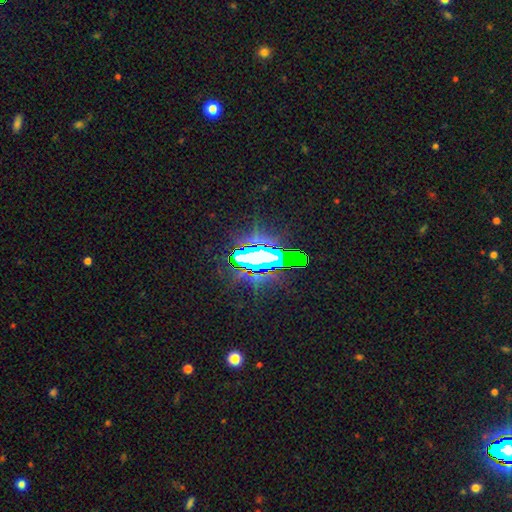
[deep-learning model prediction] A star or artifact, not a galaxy (70%).